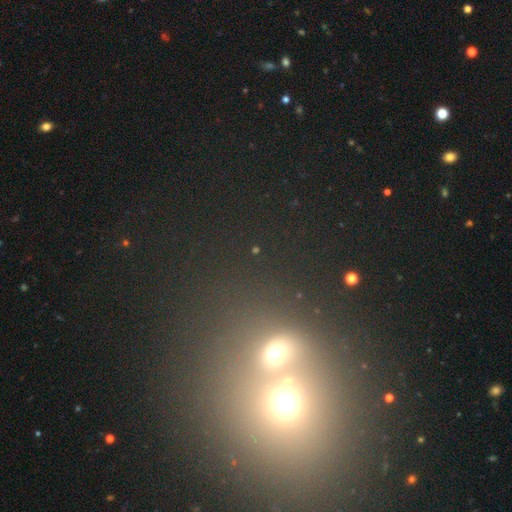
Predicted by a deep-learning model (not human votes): This is marginally a smooth galaxy (43%). Merging: possibly merger (53%).